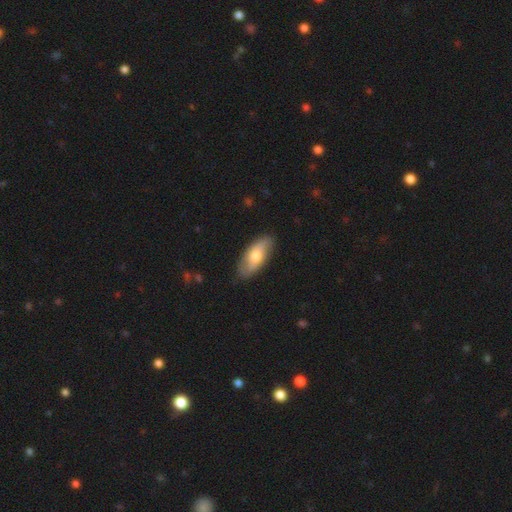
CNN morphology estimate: Smooth or featured: smooth — 56% (featured or disk — 38%)
How rounded: in between — 85% (cigar-shaped — 12%)
Merging: none — 83% (minor disturbance — 13%)